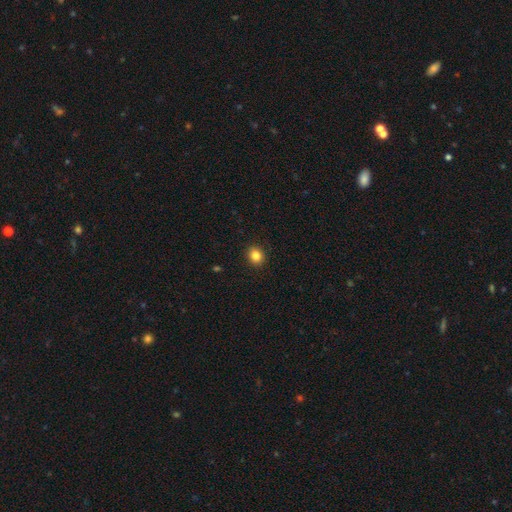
Volunteers were most divided on "how rounded": round: 71%, in between: 29%, cigar-shaped: 0%. More confident: merging — none (97%); smooth or featured — smooth (89%).